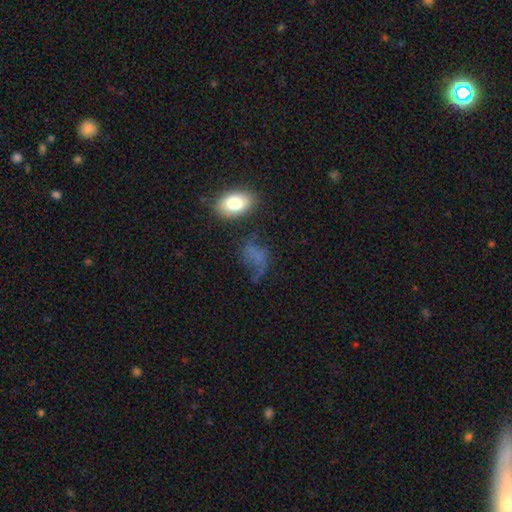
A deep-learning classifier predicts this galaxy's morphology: smooth-or-featured: smooth: 51% | featured or disk: 30% | star or artifact: 18%
  how-rounded: in between: 70% | round: 26% | cigar-shaped: 4%
  merging: none: 42% | major disturbance: 28% | minor disturbance: 23% | merger: 8%